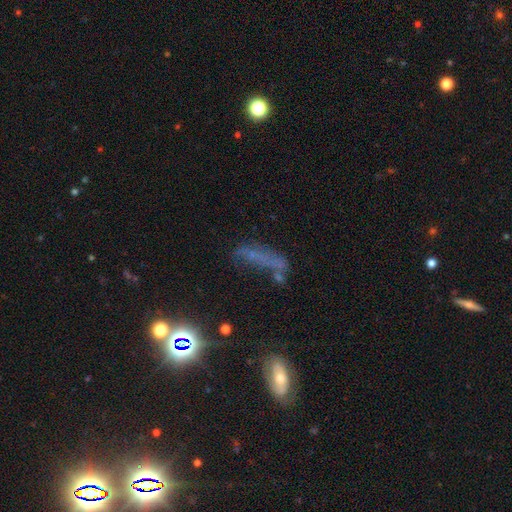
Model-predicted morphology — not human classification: Smooth or featured: smooth — 42% (featured or disk — 29%)
Merging: none — 44% (major disturbance — 22%)